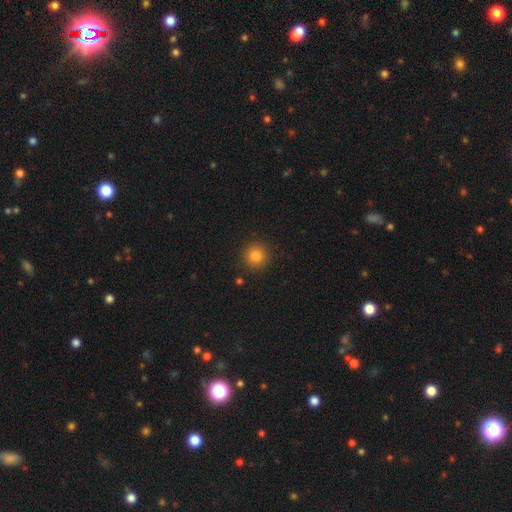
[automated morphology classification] smooth 84%, star or artifact 12%, featured or disk 4%. Down the decision tree: how rounded — round (93%); merging — none (90%).